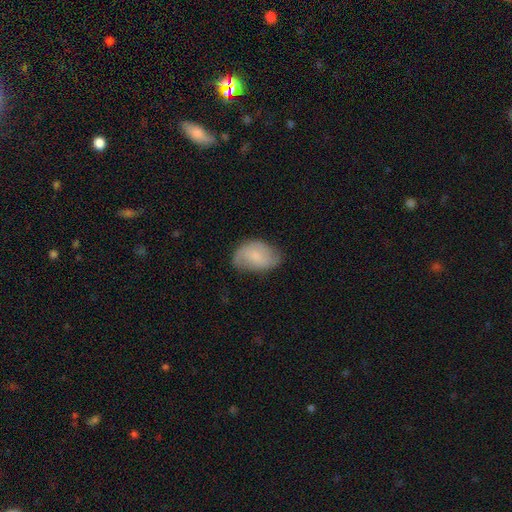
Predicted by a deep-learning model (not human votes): Overall: smooth (47%; featured or disk 45%). Merging: none (62%; minor disturbance 28%).